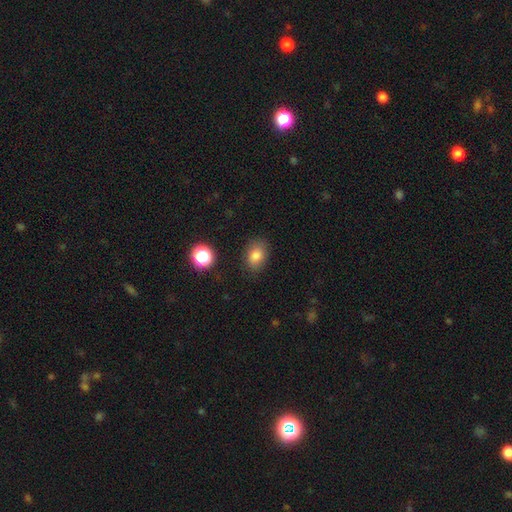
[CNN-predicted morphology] A smooth galaxy with no disk features (81%) that is in between round and cigar-shaped (66%). Merging: none (82%).